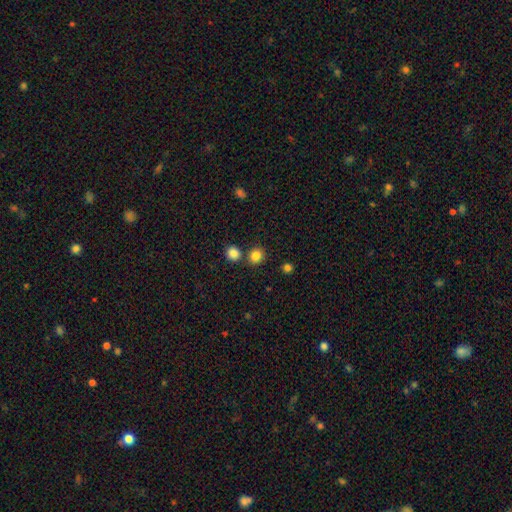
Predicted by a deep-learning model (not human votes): Smooth or featured: smooth — 84% (star or artifact — 12%)
How rounded: round — 84% (in between — 15%)
Merging: none — 78% (merger — 12%)